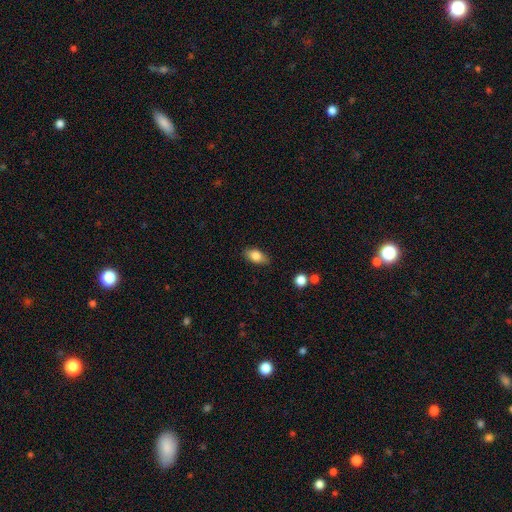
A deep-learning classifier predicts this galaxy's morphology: smooth-or-featured: smooth: 80% | featured or disk: 12% | star or artifact: 8%
  how-rounded: in between: 87% | round: 7% | cigar-shaped: 6%
  merging: none: 81% | minor disturbance: 14% | major disturbance: 3% | merger: 2%